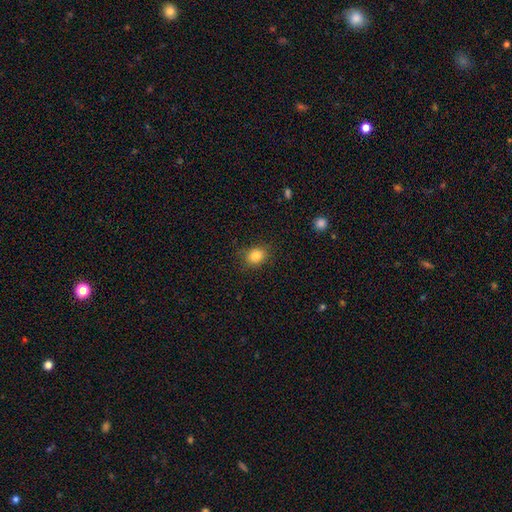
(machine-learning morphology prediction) type=smooth (84%); roundness=round (59%); merging=none (83%).